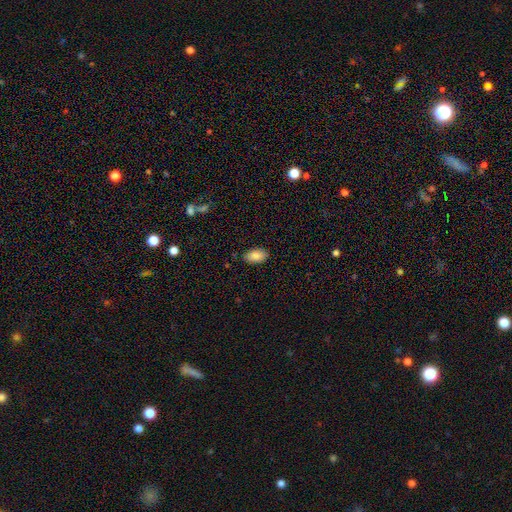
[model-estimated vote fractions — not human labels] Smooth or featured?
  - smooth: 85% *
  - featured or disk: 8%
  - star or artifact: 7%
How rounded?
  - in between: 94% *
  - round: 5%
  - cigar-shaped: 2%
Merging?
  - none: 86% *
  - minor disturbance: 11%
  - major disturbance: 2%
  - merger: 1%